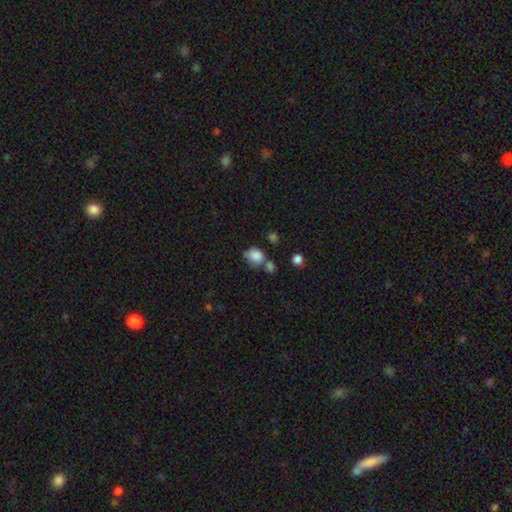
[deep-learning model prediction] Morphology: type=smooth (82%); roundness=round (60%); merging=none (42%).